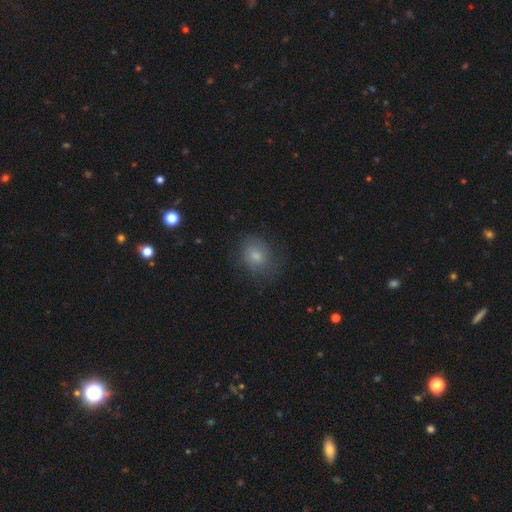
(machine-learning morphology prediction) smooth 67%, star or artifact 17%, featured or disk 16%. Down the decision tree: how rounded — round (63%); merging — none (74%).